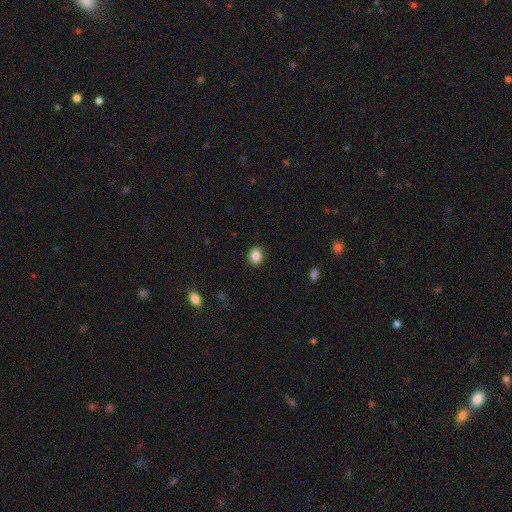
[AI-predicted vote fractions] This appears to be a smooth galaxy with no disk features (86%) that is round (61%). Merging: none (89%).